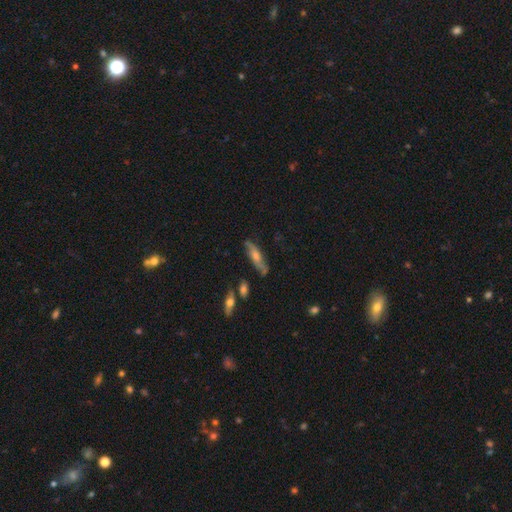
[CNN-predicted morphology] featured or disk 54%, smooth 36%, star or artifact 9%. Down the decision tree: edge-on disk — yes (68%); merging — none (77%).